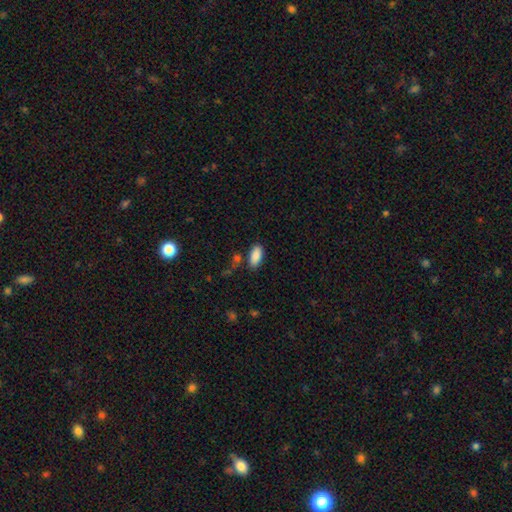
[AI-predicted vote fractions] Overall: smooth (89%). How rounded: in between (90%). Merging: none (81%).